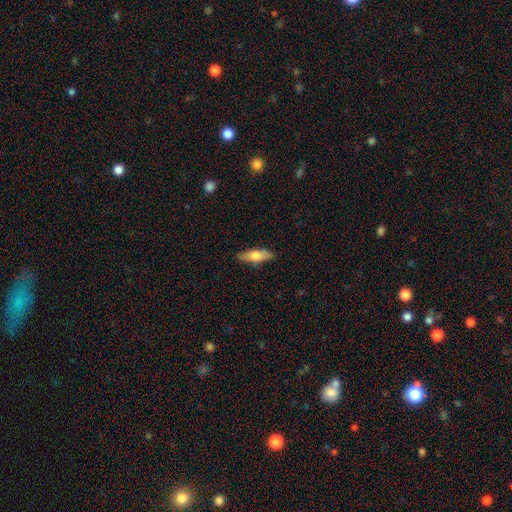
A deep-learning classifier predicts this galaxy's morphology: Smooth or featured? Predicted: smooth (p=0.65). How rounded? Predicted: in between (p=0.51). Merging? Predicted: none (p=0.86).